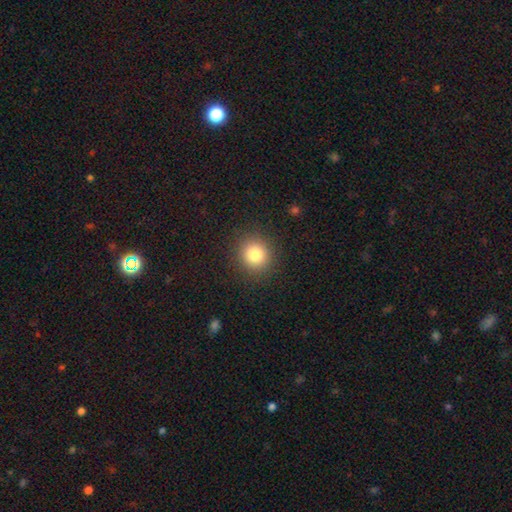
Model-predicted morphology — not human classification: This appears to be a smooth galaxy with no disk features (82%) that is round (91%). Merging: none (90%).